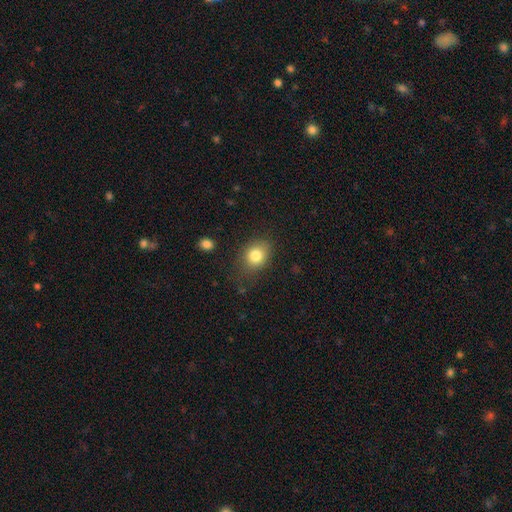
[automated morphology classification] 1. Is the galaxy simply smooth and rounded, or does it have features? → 81% smooth, 10% star or artifact, 9% featured or disk.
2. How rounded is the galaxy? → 53% in between, 46% round, 1% cigar-shaped.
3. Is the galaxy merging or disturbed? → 73% none, 19% minor disturbance, 6% major disturbance, 2% merger.